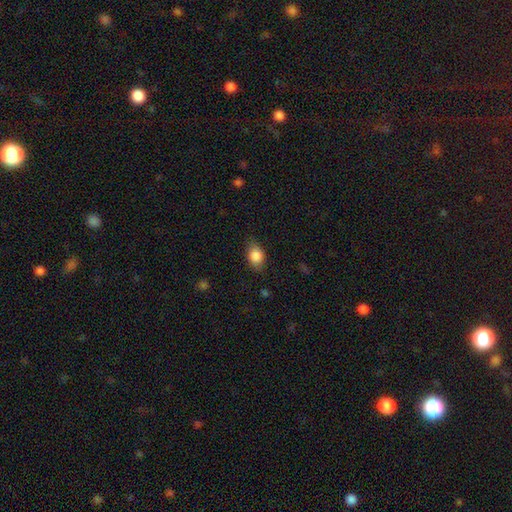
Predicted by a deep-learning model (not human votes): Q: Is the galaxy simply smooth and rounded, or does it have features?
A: smooth — 85%.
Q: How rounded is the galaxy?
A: in between — 77%.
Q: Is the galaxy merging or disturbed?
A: none — 77%.